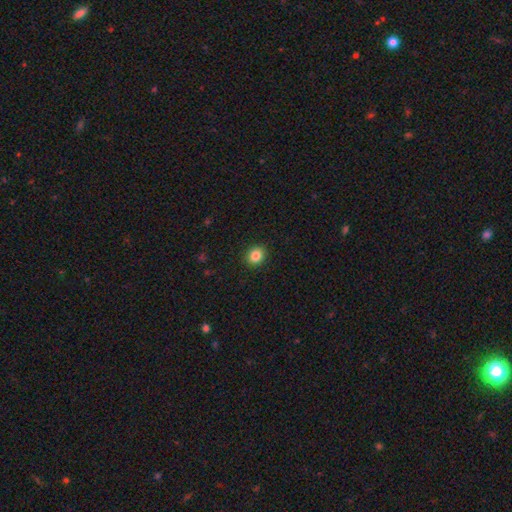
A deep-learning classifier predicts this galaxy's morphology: Q: Smooth or featured?
A: smooth (85%); runner-up: star or artifact (10%)
Q: How rounded?
A: round (74%); runner-up: in between (25%)
Q: Merging?
A: none (92%); runner-up: minor disturbance (6%)